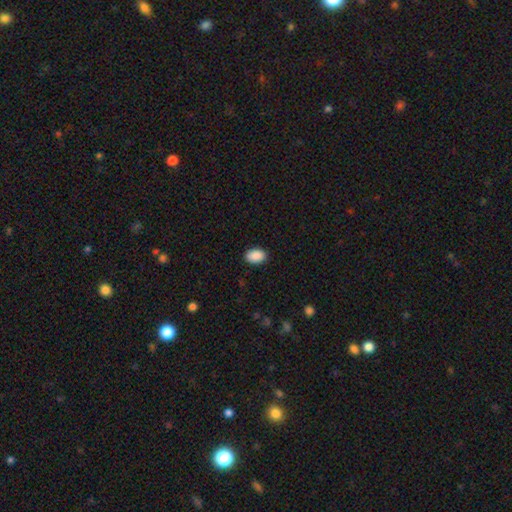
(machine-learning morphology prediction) Smooth or featured?
  - smooth: 91% *
  - star or artifact: 7%
  - featured or disk: 2%
How rounded?
  - in between: 89% *
  - round: 10%
  - cigar-shaped: 1%
Merging?
  - none: 89% *
  - minor disturbance: 8%
  - major disturbance: 2%
  - merger: 1%